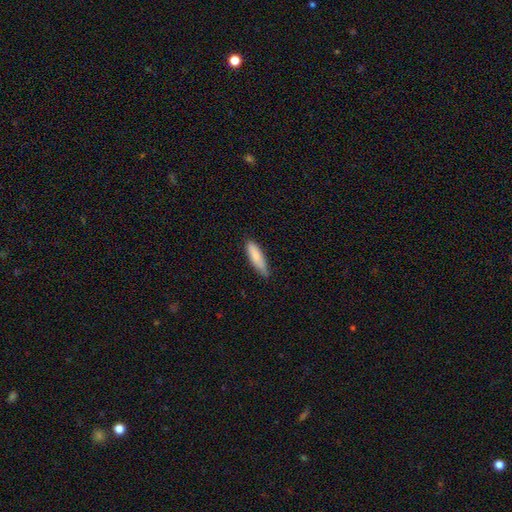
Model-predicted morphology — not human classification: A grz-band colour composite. It shows a smooth galaxy with no disk features (84%) that is cigar-shaped (65%). Merging: none (73%).